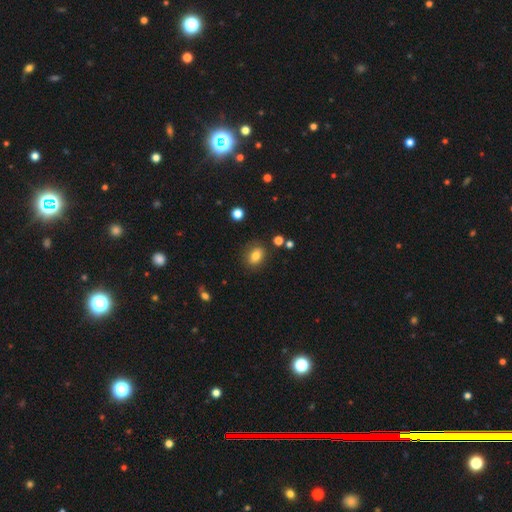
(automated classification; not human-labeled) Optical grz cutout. It shows a smooth galaxy with no disk features (80%) that is in between round and cigar-shaped (59%). Merging: none (81%).